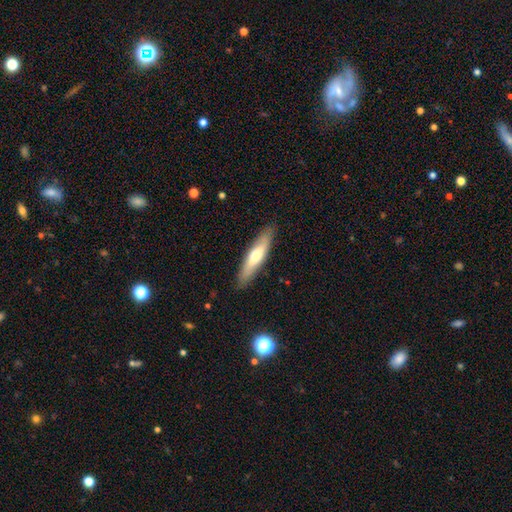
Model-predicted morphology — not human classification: smooth-or-featured: smooth: 59% | featured or disk: 36% | star or artifact: 5%
  how-rounded: cigar-shaped: 78% | in between: 21% | round: 1%
  merging: none: 88% | minor disturbance: 9% | major disturbance: 2% | merger: 1%